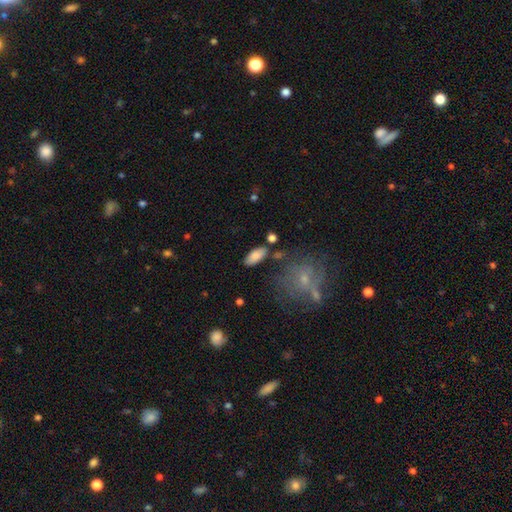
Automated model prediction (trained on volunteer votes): A smooth galaxy with no disk features (83%) that is in between round and cigar-shaped (88%).

Vote fractions:
- Smooth or featured? smooth: 83% / featured or disk: 10% / star or artifact: 7%
- How rounded? in between: 88% / cigar-shaped: 9% / round: 3%
- Merging? none: 80% / minor disturbance: 12% / merger: 5% / major disturbance: 4%